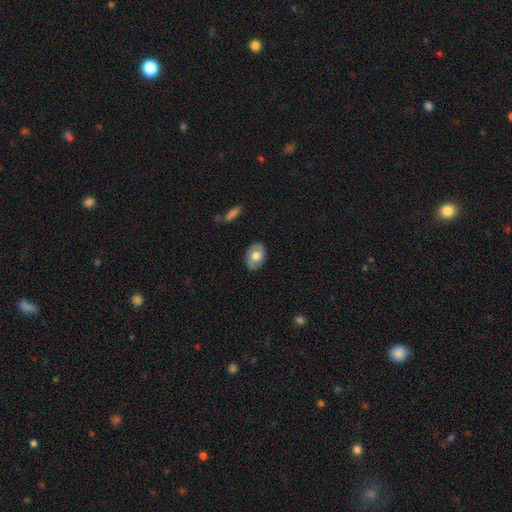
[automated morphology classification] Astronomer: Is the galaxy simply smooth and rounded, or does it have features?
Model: smooth — 63%.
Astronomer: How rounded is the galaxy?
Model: in between — 84%.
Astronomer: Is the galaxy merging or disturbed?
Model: none — 81%.